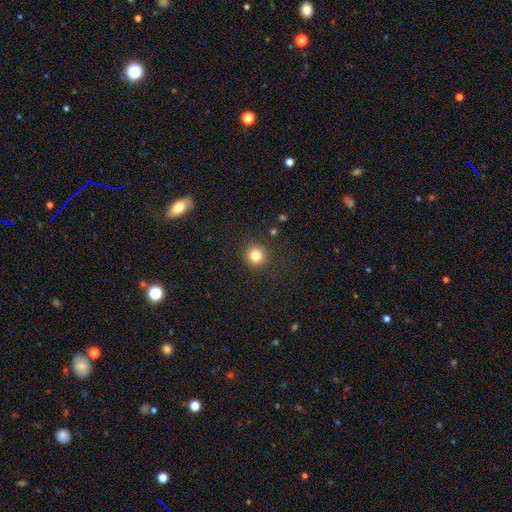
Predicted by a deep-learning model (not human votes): A smooth galaxy with no disk features (82%) that is round (93%). Merging: none (90%).